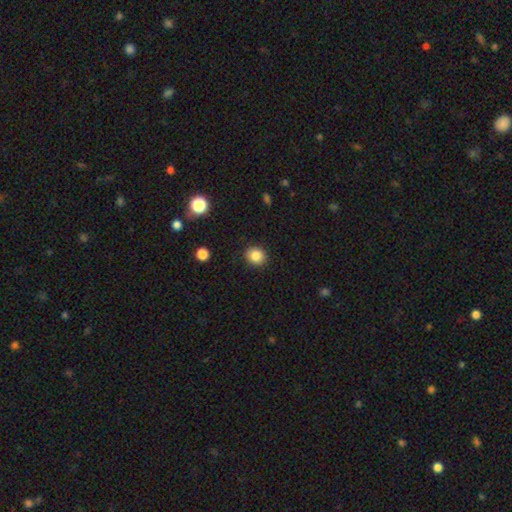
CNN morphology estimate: This is clearly a smooth galaxy (85%). How rounded: likely round (79%). Merging: clearly none (89%).